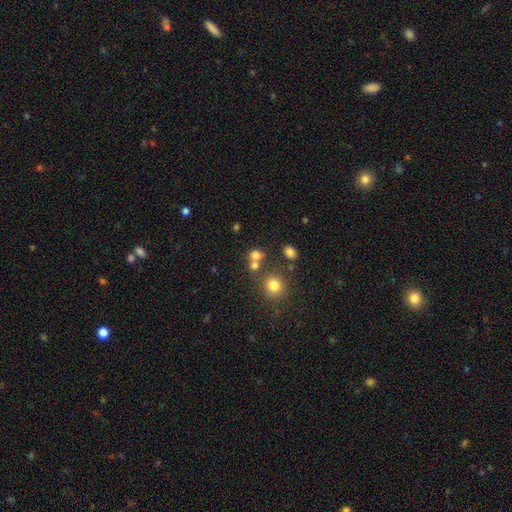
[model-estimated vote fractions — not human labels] Smooth or featured?
  - smooth: 73% *
  - star or artifact: 17%
  - featured or disk: 10%
How rounded?
  - round: 74% *
  - in between: 24%
  - cigar-shaped: 1%
Merging?
  - none: 49% *
  - merger: 38%
  - minor disturbance: 9%
  - major disturbance: 5%